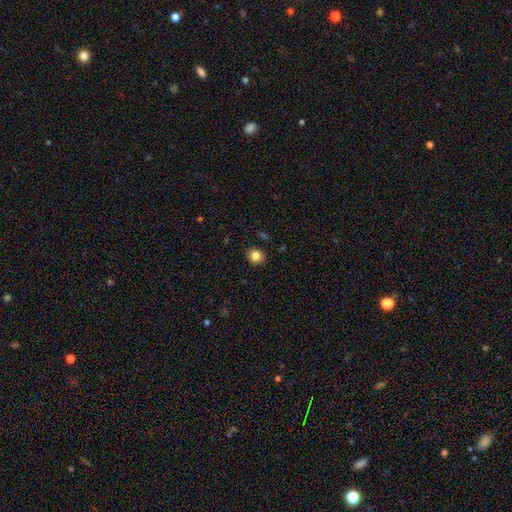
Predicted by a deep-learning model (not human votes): Smooth or featured: smooth — 83% (star or artifact — 11%)
How rounded: round — 82% (in between — 18%)
Merging: none — 89% (minor disturbance — 8%)